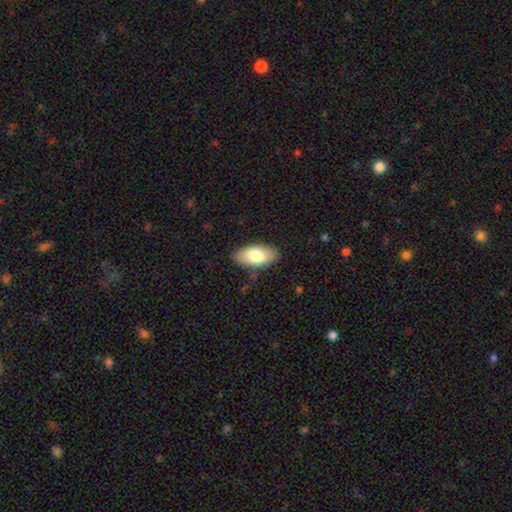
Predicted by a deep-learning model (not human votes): smooth_or_featured: smooth (p=0.78) [alt: featured or disk p=0.16]
how_rounded: in between (p=0.92) [alt: cigar-shaped p=0.06]
merging: none (p=0.82) [alt: minor disturbance p=0.13]